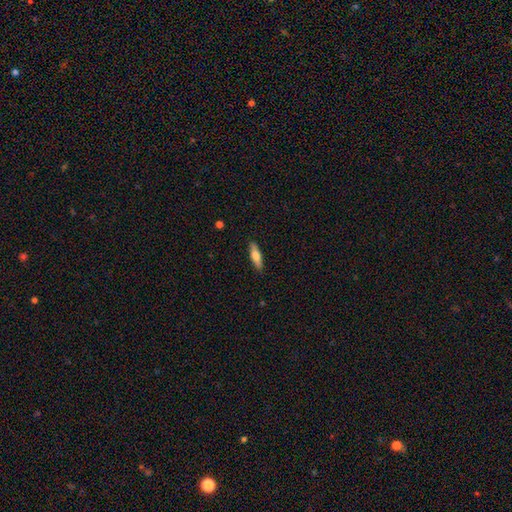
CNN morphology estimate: This appears to be a smooth galaxy with no disk features (68%) that is cigar-shaped (64%). Merging: none (89%).